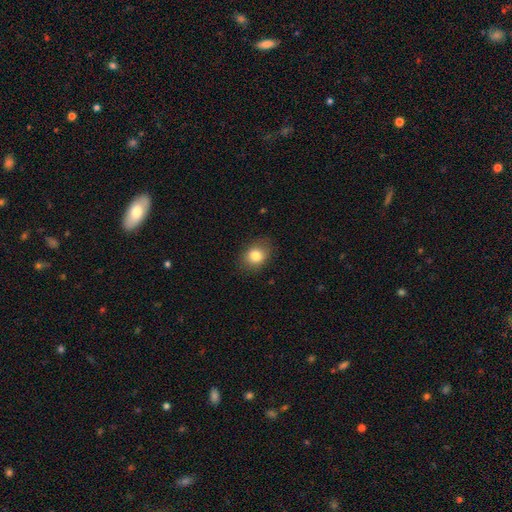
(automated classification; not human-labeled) A smooth galaxy with no disk features (82%) that is in between round and cigar-shaped (51%).

Vote fractions:
- Smooth or featured? smooth: 82% / star or artifact: 10% / featured or disk: 8%
- How rounded? in between: 51% / round: 48% / cigar-shaped: 1%
- Merging? none: 83% / minor disturbance: 12% / major disturbance: 3% / merger: 1%